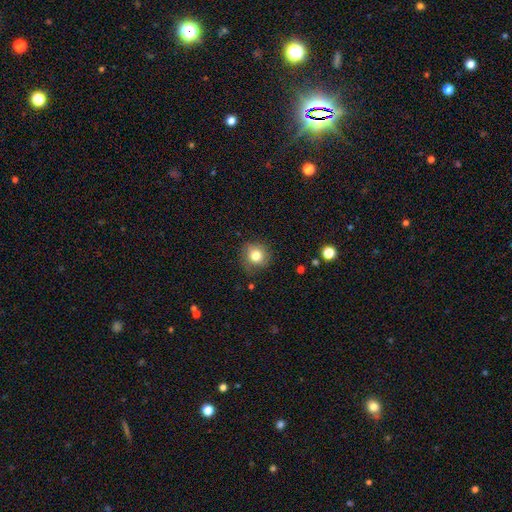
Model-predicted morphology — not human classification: A smooth galaxy with no disk features (80%) that is round (89%). Merging: none (80%).